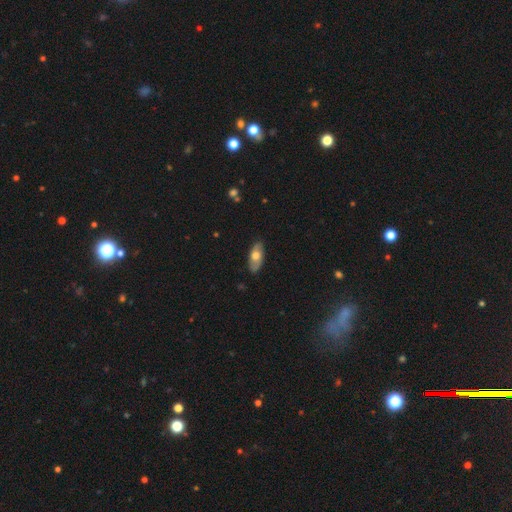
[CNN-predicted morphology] A smooth galaxy with no disk features (59%) that is in between round and cigar-shaped (85%).

Vote fractions:
- Smooth or featured? smooth: 59% / featured or disk: 35% / star or artifact: 6%
- How rounded? in between: 85% / cigar-shaped: 12% / round: 3%
- Merging? none: 84% / minor disturbance: 12% / major disturbance: 2% / merger: 1%